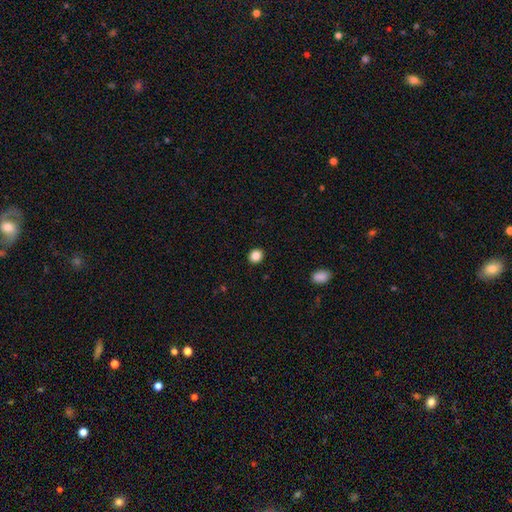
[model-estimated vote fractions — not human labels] smooth_or_featured: smooth (p=0.86) [alt: star or artifact p=0.10]
how_rounded: round (p=0.81) [alt: in between p=0.18]
merging: none (p=0.92) [alt: minor disturbance p=0.05]